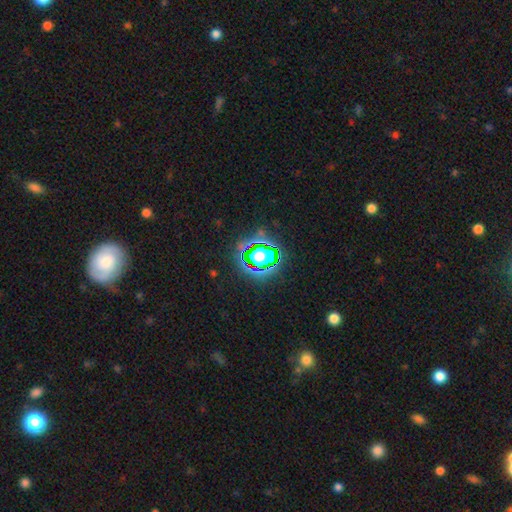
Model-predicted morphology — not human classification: Overall: star or artifact (78%).